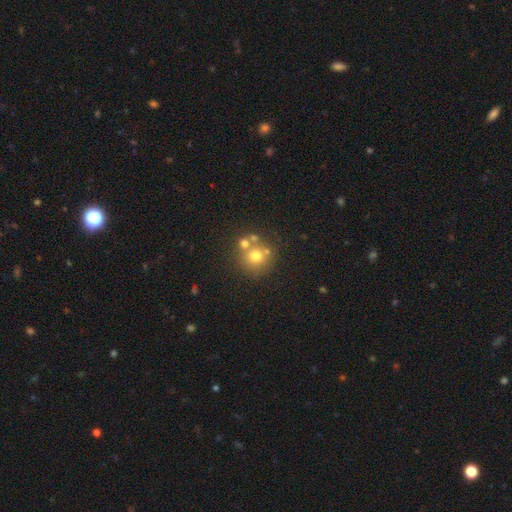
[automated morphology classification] This is likely a smooth galaxy (67%). How rounded: clearly round (91%). Merging: likely none (61%).